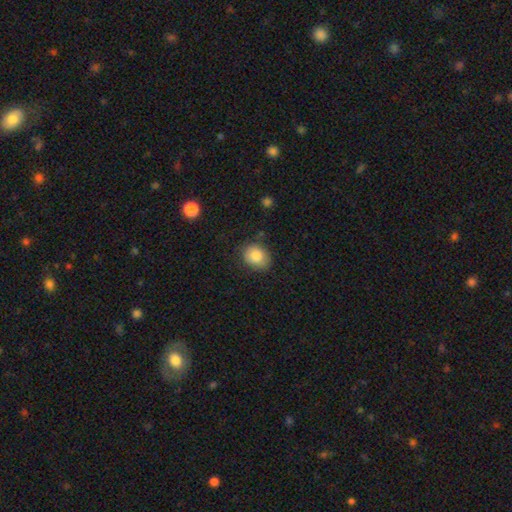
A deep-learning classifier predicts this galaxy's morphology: type=smooth (84%); roundness=round (52%); merging=none (78%).